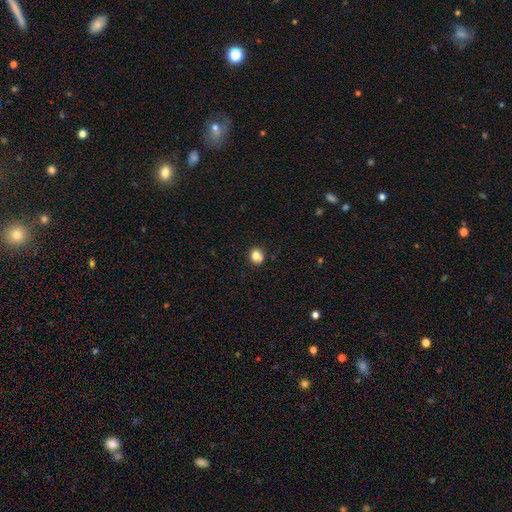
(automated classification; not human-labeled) Smooth or featured? Predicted: smooth (p=0.81). How rounded? Predicted: round (p=0.84). Merging? Predicted: none (p=0.83).